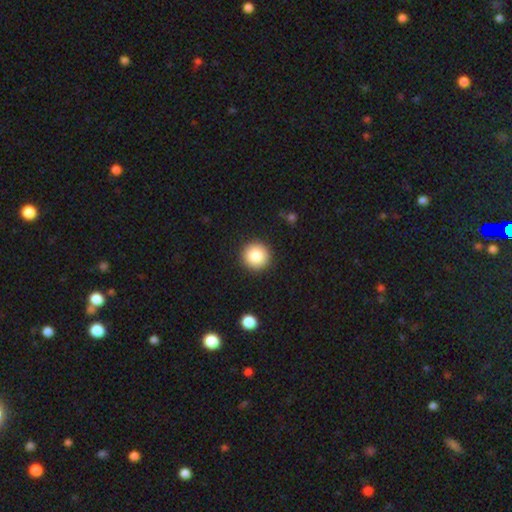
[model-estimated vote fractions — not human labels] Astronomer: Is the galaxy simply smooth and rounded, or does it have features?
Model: smooth — 86%.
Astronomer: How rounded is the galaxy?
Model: round — 95%.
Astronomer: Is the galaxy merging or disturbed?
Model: none — 92%.